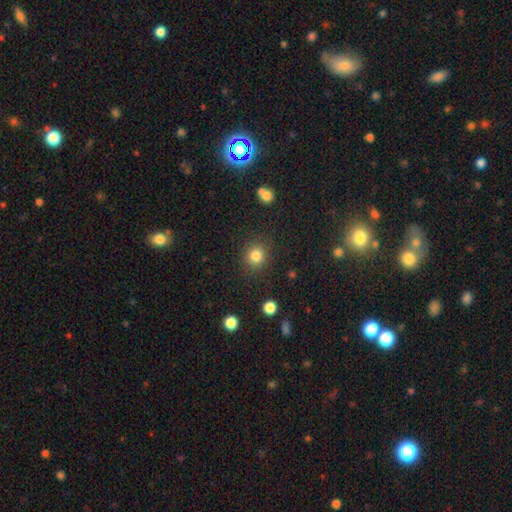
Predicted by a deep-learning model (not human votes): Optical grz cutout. It shows a smooth galaxy with no disk features (83%) that is round (88%). Merging: none (88%).